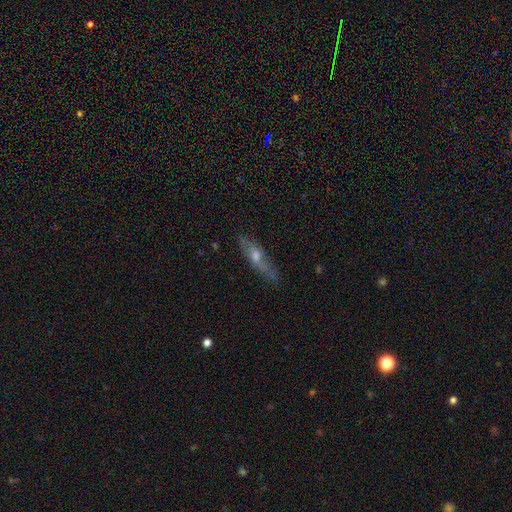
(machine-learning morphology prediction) smooth-or-featured: featured or disk: 54% | smooth: 37% | star or artifact: 9%
  disk-edge-on: yes: 71% | no: 29%
  merging: none: 76% | minor disturbance: 18% | major disturbance: 4% | merger: 2%